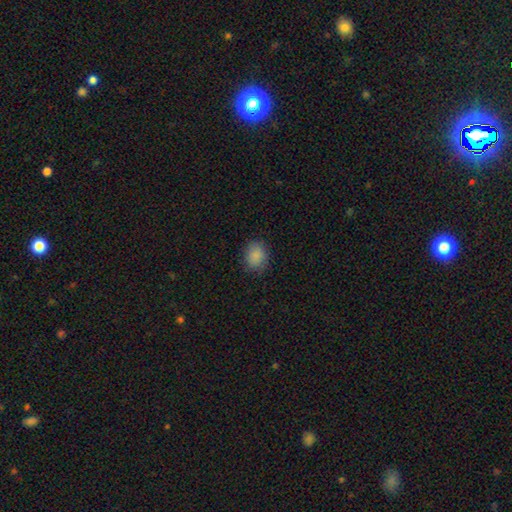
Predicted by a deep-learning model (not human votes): Morphology: type=smooth (87%); roundness=round (50%); merging=none (81%).